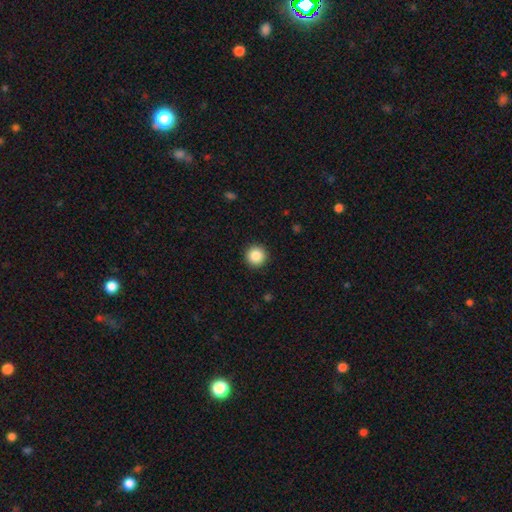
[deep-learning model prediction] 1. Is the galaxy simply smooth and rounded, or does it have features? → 87% smooth, 9% star or artifact, 4% featured or disk.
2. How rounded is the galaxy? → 96% round, 3% in between, 1% cigar-shaped.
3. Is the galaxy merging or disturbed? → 93% none, 5% minor disturbance, 2% major disturbance, 1% merger.